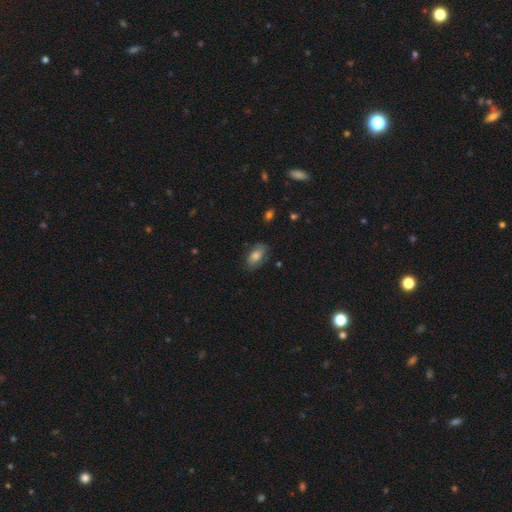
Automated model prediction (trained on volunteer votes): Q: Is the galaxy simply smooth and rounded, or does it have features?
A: smooth — 67%.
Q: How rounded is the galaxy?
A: in between — 90%.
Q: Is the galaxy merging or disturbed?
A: none — 73%.